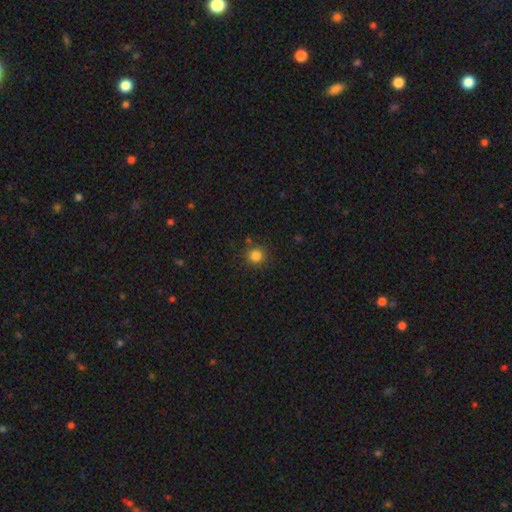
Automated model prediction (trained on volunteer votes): The model was most divided on "smooth or featured": smooth: 83%, star or artifact: 13%, featured or disk: 4%. More confident: how rounded — round (93%); merging — none (86%).